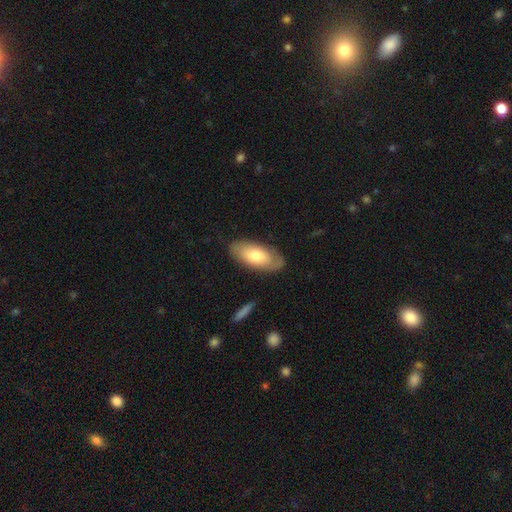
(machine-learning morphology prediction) The model was most divided on "smooth or featured": smooth: 65%, featured or disk: 30%, star or artifact: 6%. More confident: how rounded — in between (91%); merging — none (78%).